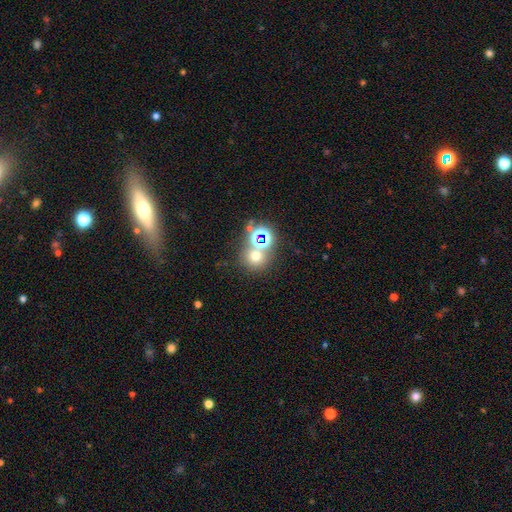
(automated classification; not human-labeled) A smooth galaxy with no disk features (60%) that is round (86%). Merging: none (62%).